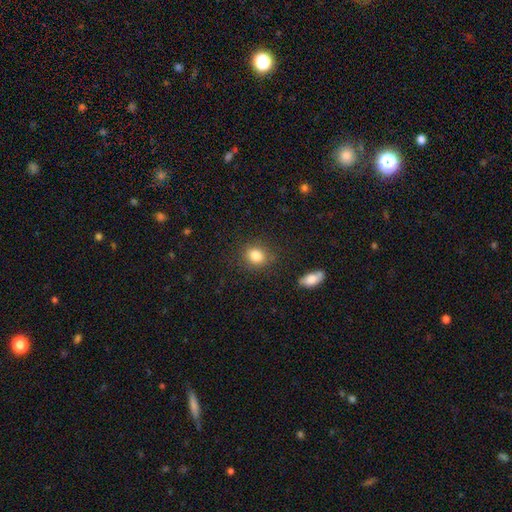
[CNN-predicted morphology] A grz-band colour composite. It shows a smooth galaxy with no disk features (84%) that is round (63%). Merging: none (83%).